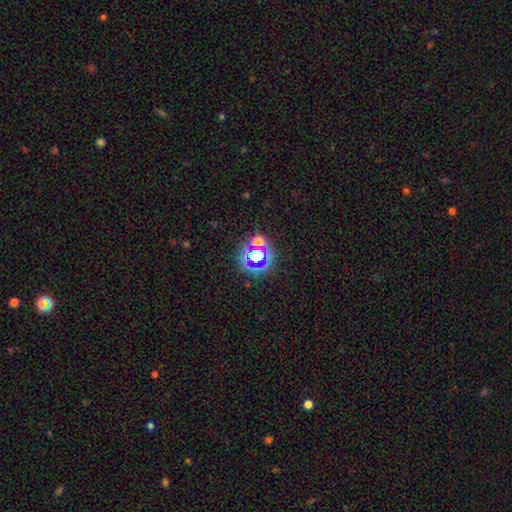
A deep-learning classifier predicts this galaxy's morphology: A star or artifact, not a galaxy (58%).

Vote fractions:
- Smooth or featured? star or artifact: 58% / smooth: 30% / featured or disk: 12%